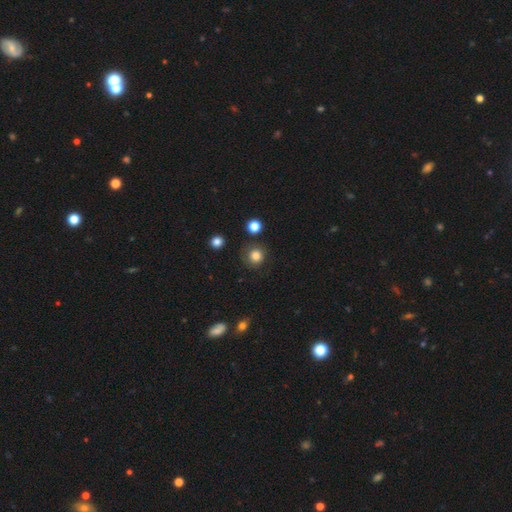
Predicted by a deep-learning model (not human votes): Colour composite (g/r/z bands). It shows a smooth galaxy with no disk features (82%) that is round (92%). Merging: none (81%).